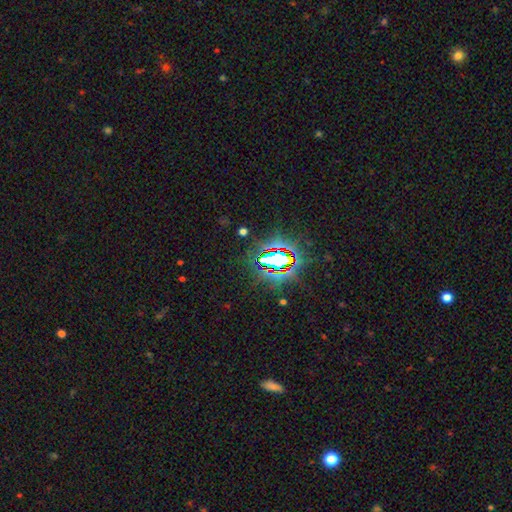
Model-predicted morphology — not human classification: smooth_or_featured: star or artifact (p=0.81) [alt: smooth p=0.11]